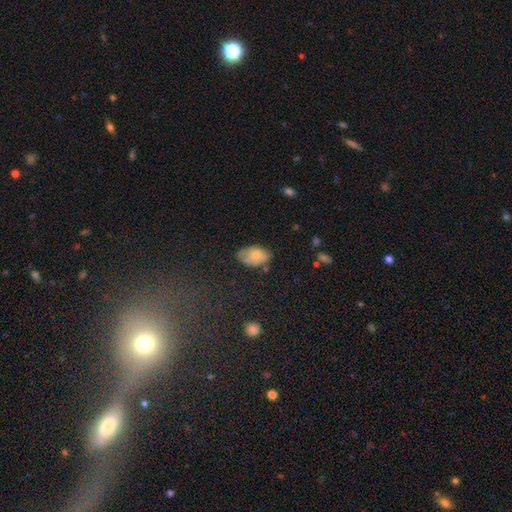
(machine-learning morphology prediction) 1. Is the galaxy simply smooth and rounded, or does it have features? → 64% smooth, 27% featured or disk, 9% star or artifact.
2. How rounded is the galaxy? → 90% in between, 8% round, 2% cigar-shaped.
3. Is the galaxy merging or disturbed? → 59% none, 30% minor disturbance, 8% major disturbance, 3% merger.